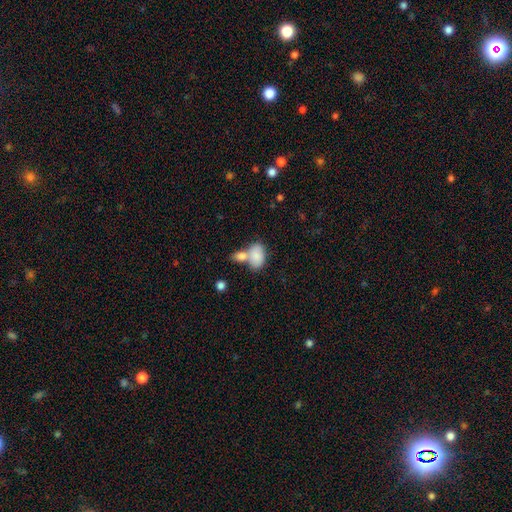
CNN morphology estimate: smooth 84%, featured or disk 10%, star or artifact 7%. Down the decision tree: how rounded — in between (89%); merging — merger (53%).